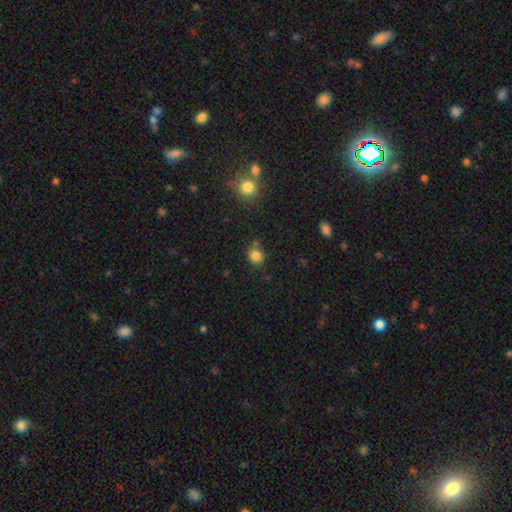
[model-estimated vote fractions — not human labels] Smooth or featured: smooth — 82% (star or artifact — 13%)
How rounded: round — 73% (in between — 26%)
Merging: none — 72% (minor disturbance — 14%)